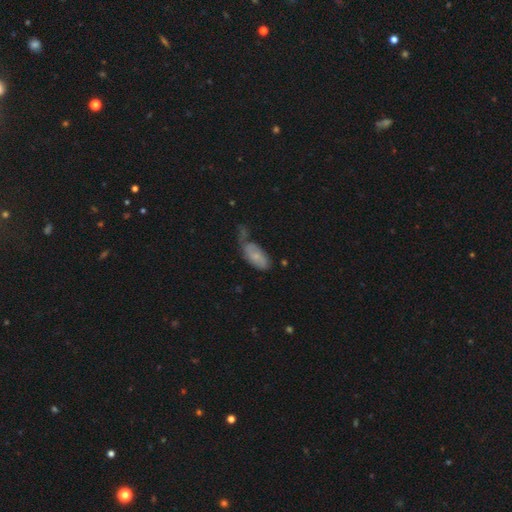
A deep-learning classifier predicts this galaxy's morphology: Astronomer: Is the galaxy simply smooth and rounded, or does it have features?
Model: smooth — 60%.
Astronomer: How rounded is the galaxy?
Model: in between — 88%.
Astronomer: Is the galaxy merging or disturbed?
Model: minor disturbance — 34% (runner-up: none, 32%).